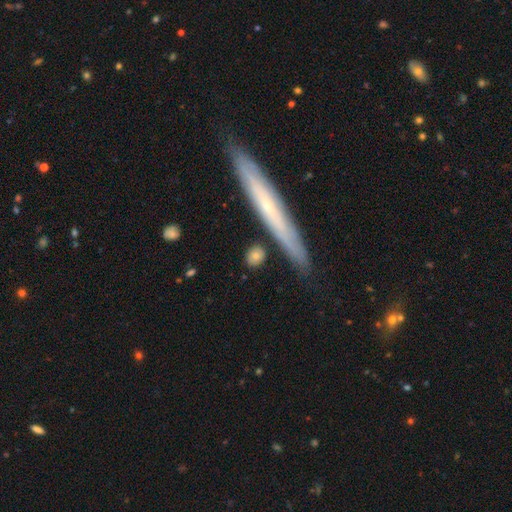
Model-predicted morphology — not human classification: Smooth or featured? smooth (79%)
How rounded? round (47%)
Merging? none (82%)